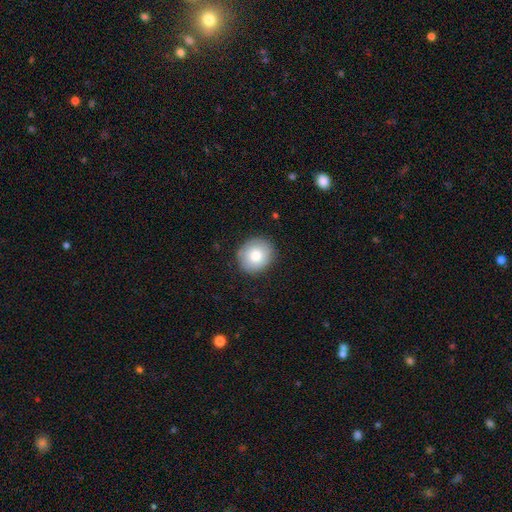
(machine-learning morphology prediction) The model was most divided on "smooth or featured": smooth: 78%, featured or disk: 15%, star or artifact: 8%. More confident: merging — none (86%); how rounded — round (84%).